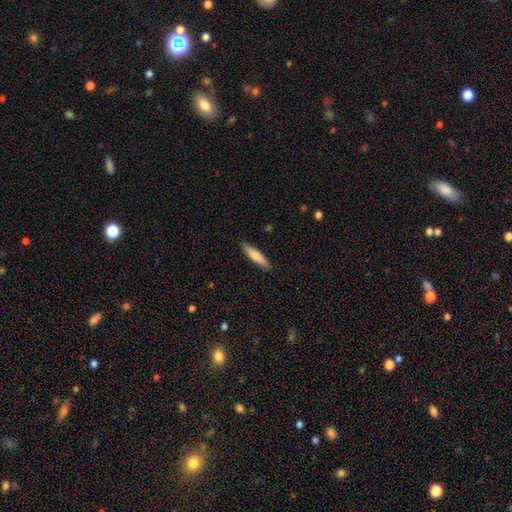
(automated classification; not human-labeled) A smooth galaxy with no disk features (75%) that is cigar-shaped (81%).

Vote fractions:
- Smooth or featured? smooth: 75% / featured or disk: 20% / star or artifact: 5%
- How rounded? cigar-shaped: 81% / in between: 18% / round: 1%
- Merging? none: 89% / minor disturbance: 9% / major disturbance: 2% / merger: 1%